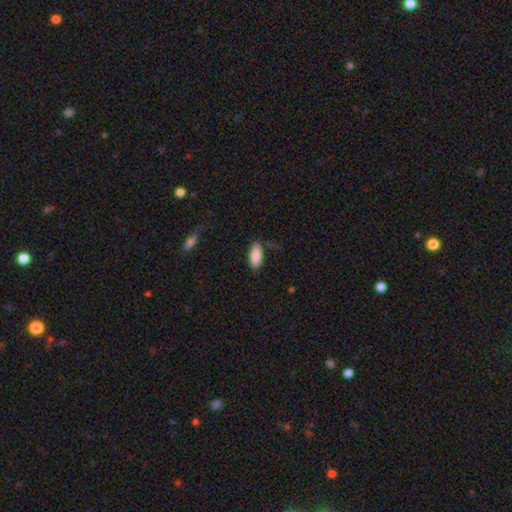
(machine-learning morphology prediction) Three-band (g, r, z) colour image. It shows a smooth galaxy with no disk features (88%) that is in between round and cigar-shaped (86%). Merging: none (75%).